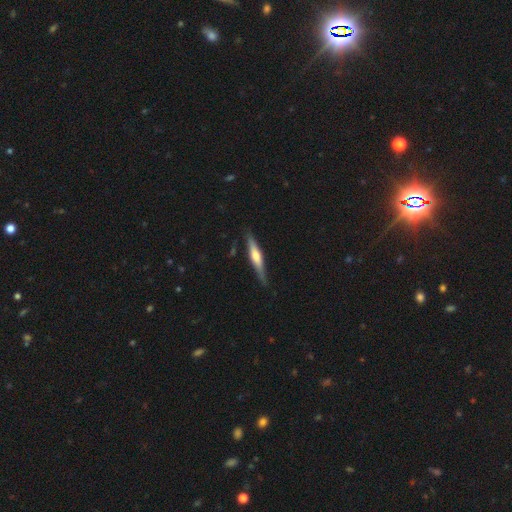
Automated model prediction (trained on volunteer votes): smooth_or_featured: featured or disk (p=0.54) [alt: smooth p=0.41]
disk_edge_on: yes (p=0.95) [alt: no p=0.05]
edge_on_bulge: rounded (p=0.80) [alt: boxy p=0.10]
merging: none (p=0.82) [alt: minor disturbance p=0.14]